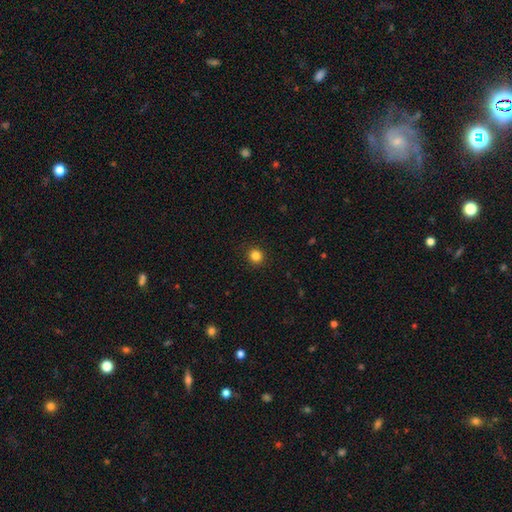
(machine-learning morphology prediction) Q: Smooth or featured?
A: smooth (84%); runner-up: star or artifact (12%)
Q: How rounded?
A: round (92%); runner-up: in between (7%)
Q: Merging?
A: none (92%); runner-up: minor disturbance (5%)